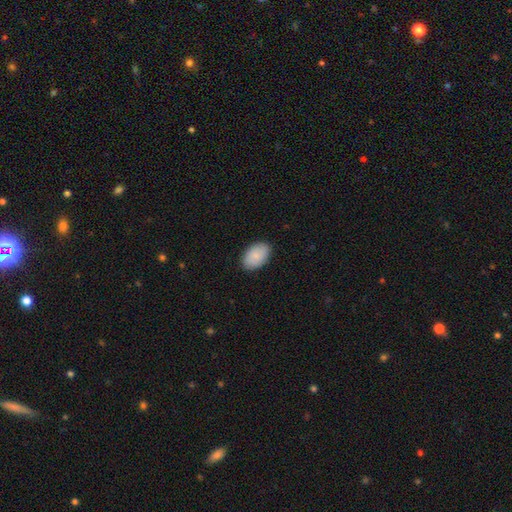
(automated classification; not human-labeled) A smooth galaxy with no disk features (87%) that is in between round and cigar-shaped (92%).

Vote fractions:
- Smooth or featured? smooth: 87% / featured or disk: 7% / star or artifact: 6%
- How rounded? in between: 92% / round: 7% / cigar-shaped: 1%
- Merging? none: 88% / minor disturbance: 9% / major disturbance: 2% / merger: 1%